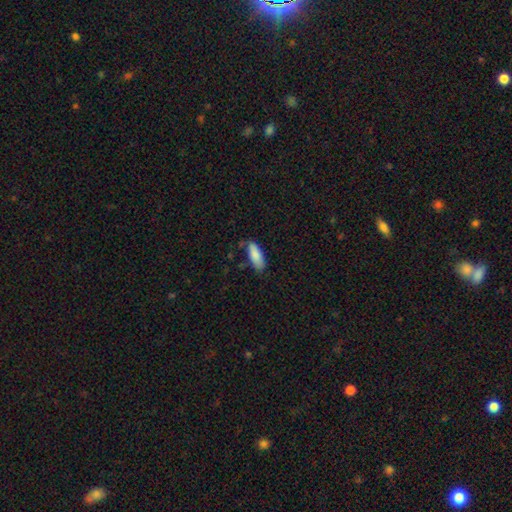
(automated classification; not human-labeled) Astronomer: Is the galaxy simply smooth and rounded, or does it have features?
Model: smooth — 87%.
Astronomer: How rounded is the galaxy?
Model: in between — 75%.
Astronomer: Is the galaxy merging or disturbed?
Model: none — 65%.